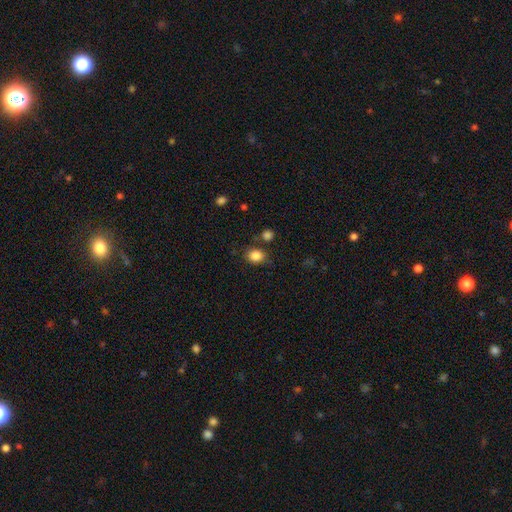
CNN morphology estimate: Q: Smooth or featured?
A: smooth (85%); runner-up: star or artifact (10%)
Q: How rounded?
A: in between (52%); runner-up: round (48%)
Q: Merging?
A: none (75%); runner-up: minor disturbance (13%)